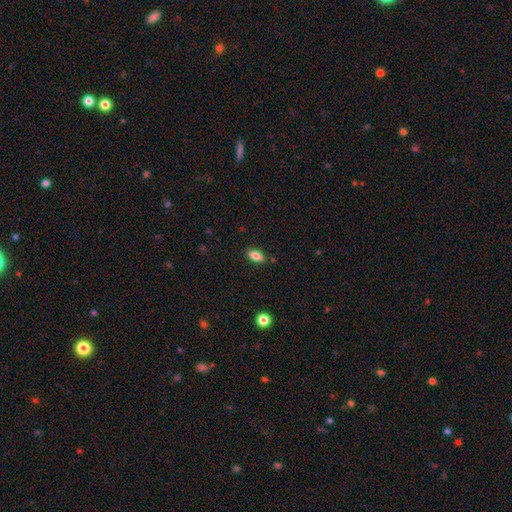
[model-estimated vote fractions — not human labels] smooth_or_featured: smooth (p=0.81) [alt: featured or disk p=0.11]
how_rounded: in between (p=0.88) [alt: cigar-shaped p=0.09]
merging: none (p=0.85) [alt: minor disturbance p=0.10]